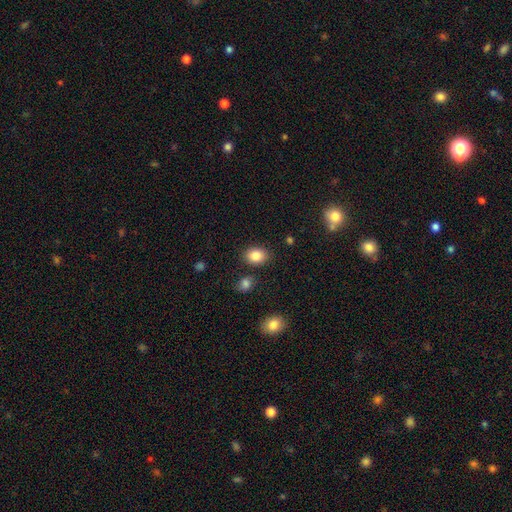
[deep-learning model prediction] This appears to be a smooth galaxy with no disk features (86%) that is in between round and cigar-shaped (68%). Merging: none (84%).